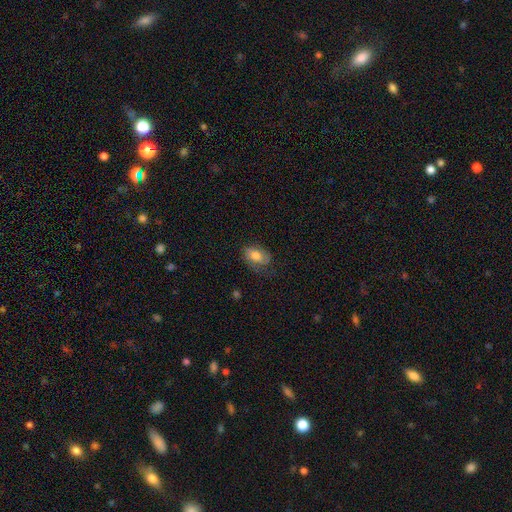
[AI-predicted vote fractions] Smooth or featured? Predicted: smooth (p=0.65). How rounded? Predicted: in between (p=0.82). Merging? Predicted: none (p=0.61).